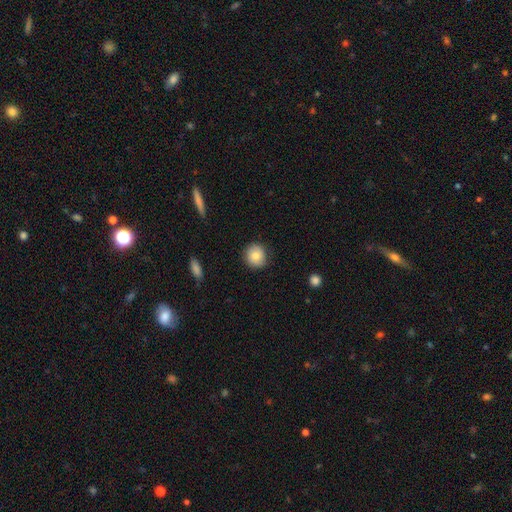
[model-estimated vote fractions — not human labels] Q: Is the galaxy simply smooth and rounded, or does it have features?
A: smooth — 78%.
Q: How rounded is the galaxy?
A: round — 87%.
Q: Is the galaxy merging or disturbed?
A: none — 85%.